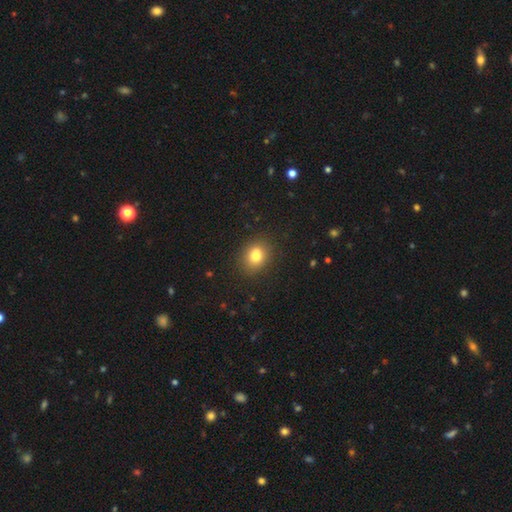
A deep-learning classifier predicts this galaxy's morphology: smooth_or_featured: smooth (p=0.80) [alt: star or artifact p=0.11]
how_rounded: round (p=0.55) [alt: in between p=0.44]
merging: none (p=0.83) [alt: minor disturbance p=0.11]